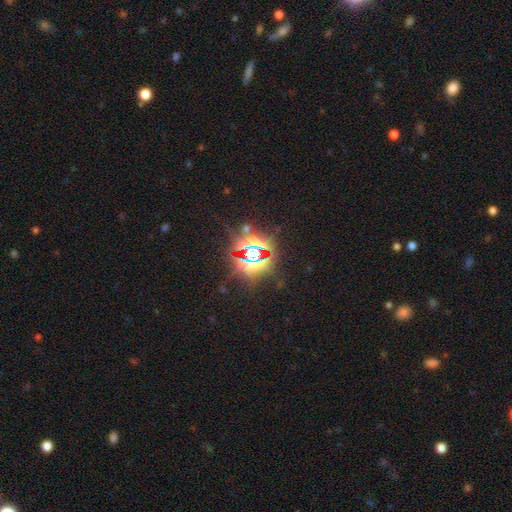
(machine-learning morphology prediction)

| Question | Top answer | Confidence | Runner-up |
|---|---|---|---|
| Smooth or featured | star or artifact | 85% | smooth (8%) |